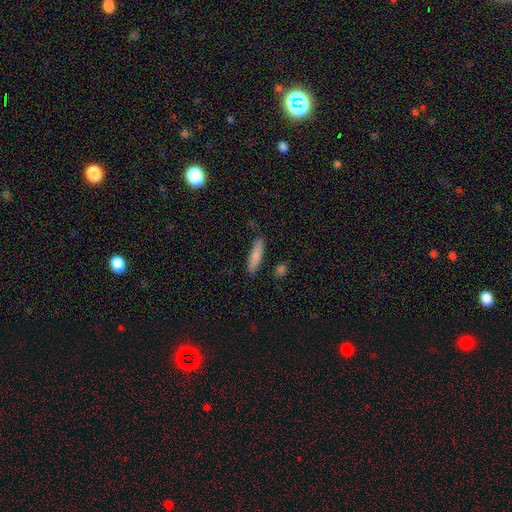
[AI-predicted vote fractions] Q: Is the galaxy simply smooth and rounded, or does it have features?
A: smooth — 81%.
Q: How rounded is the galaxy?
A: cigar-shaped — 82%.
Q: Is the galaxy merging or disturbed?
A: none — 84%.